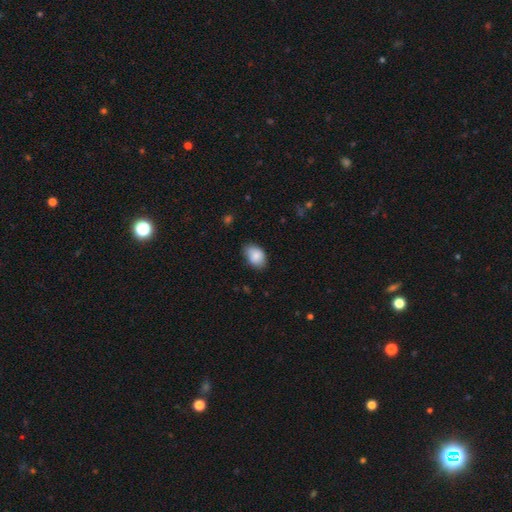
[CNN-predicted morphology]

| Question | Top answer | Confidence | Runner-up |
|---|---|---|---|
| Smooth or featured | smooth | 84% | featured or disk (9%) |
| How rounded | in between | 85% | round (14%) |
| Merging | none | 67% | minor disturbance (27%) |